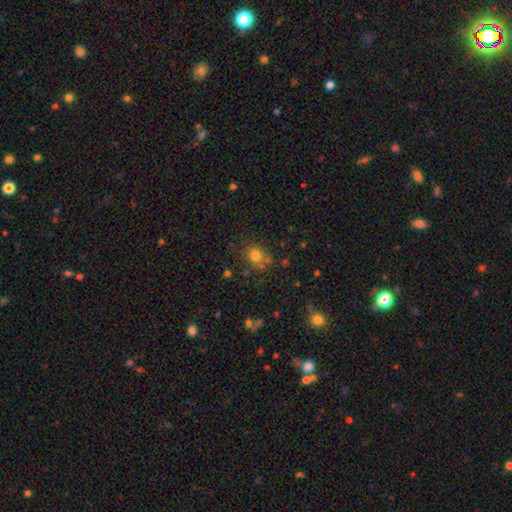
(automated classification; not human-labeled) smooth_or_featured: smooth (p=0.77) [alt: star or artifact p=0.14]
how_rounded: round (p=0.63) [alt: in between p=0.36]
merging: none (p=0.65) [alt: minor disturbance p=0.18]